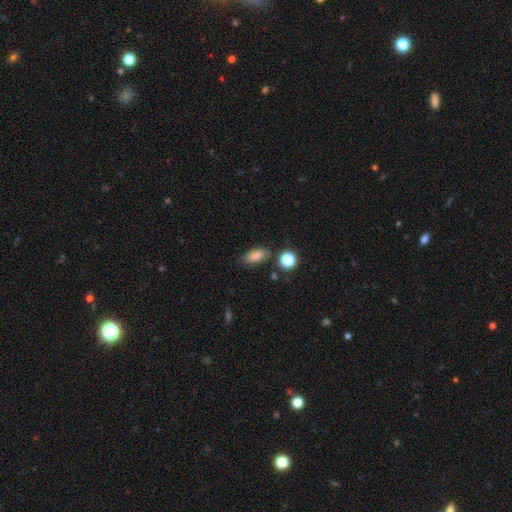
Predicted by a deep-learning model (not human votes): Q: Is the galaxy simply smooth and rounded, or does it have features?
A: smooth — 77%.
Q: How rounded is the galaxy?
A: in between — 84%.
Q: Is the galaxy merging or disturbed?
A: none — 77%.